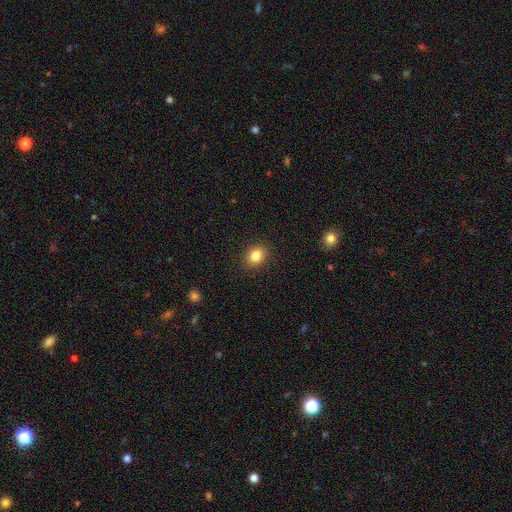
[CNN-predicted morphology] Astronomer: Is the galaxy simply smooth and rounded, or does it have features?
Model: smooth — 84%.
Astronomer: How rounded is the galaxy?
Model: round — 50% (runner-up: in between, 49%).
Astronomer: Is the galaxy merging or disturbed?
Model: none — 89%.